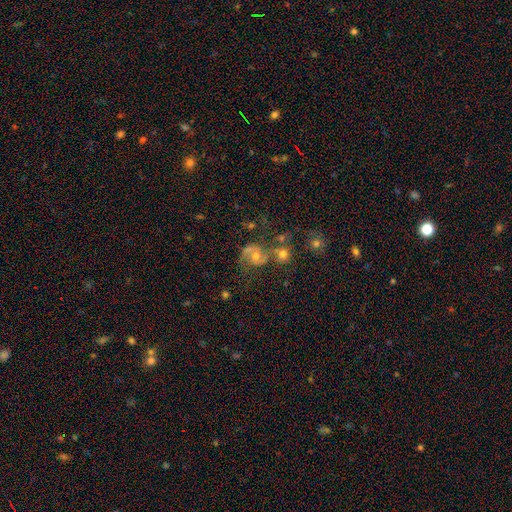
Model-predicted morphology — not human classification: smooth-or-featured: featured or disk: 68% | smooth: 16% | star or artifact: 16%
  disk-edge-on: no: 97% | yes: 3%
    bar: no: 66% | weak: 27% | strong: 7%
    has-spiral-arms: yes: 86% | no: 14%
      spiral-winding: medium: 51% | loose: 26% | tight: 23%
      spiral-arm-count: 2: 73% | 1: 13% | can't tell: 9% | 3: 2% | 4: 1% | more than 4: 1%
    bulge-size: moderate: 58% | small: 30% | large: 6% | none: 4% | dominant: 2%
  merging: none: 45% | merger: 22% | major disturbance: 17% | minor disturbance: 16%